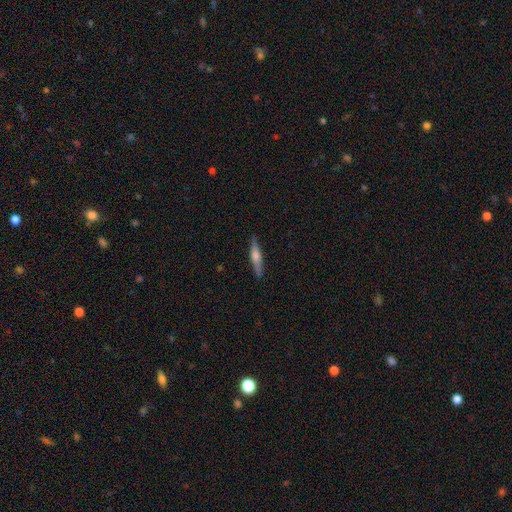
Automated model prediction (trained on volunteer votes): featured or disk 61%, smooth 32%, star or artifact 6%. Down the decision tree: edge-on disk — yes (97%); edge-on bulge — rounded (82%); merging — none (90%).